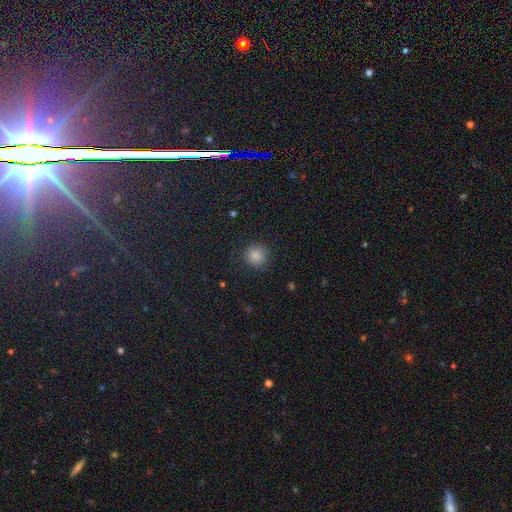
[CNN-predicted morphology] Q: Smooth or featured?
A: smooth (85%); runner-up: star or artifact (11%)
Q: How rounded?
A: round (91%); runner-up: in between (8%)
Q: Merging?
A: none (85%); runner-up: minor disturbance (11%)